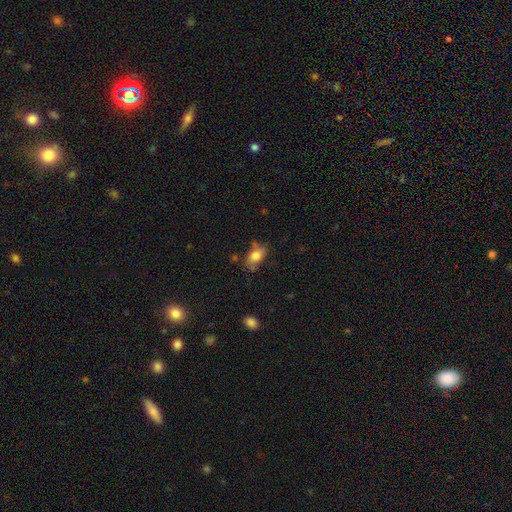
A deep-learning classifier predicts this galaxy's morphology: type=smooth (79%); roundness=in between (84%); merging=none (62%).